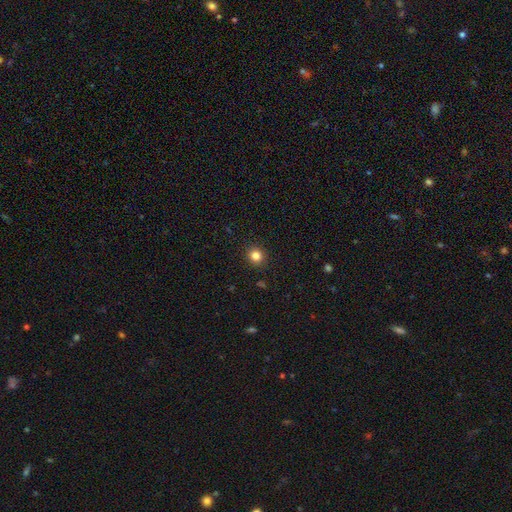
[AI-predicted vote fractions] Morphology: type=smooth (83%); roundness=round (89%); merging=none (92%).